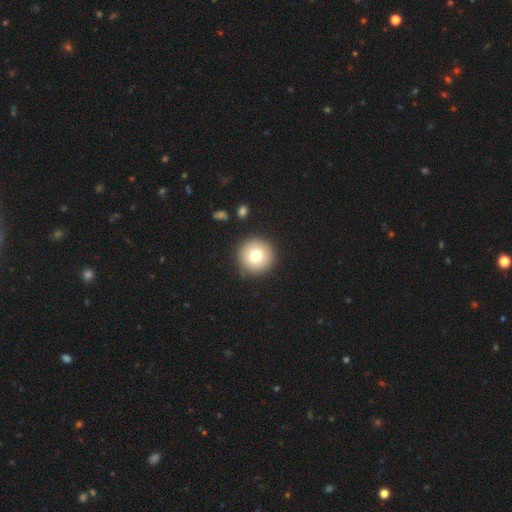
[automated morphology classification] A smooth galaxy with no disk features (73%) that is round (96%). Merging: none (89%).